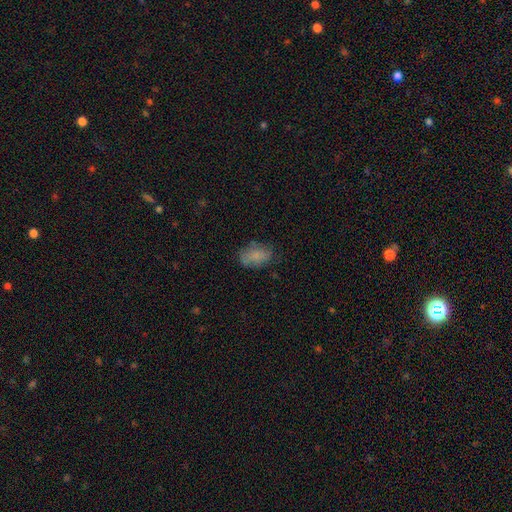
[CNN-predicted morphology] Overall: smooth (77%). How rounded: in between (87%). Merging: none (69%).